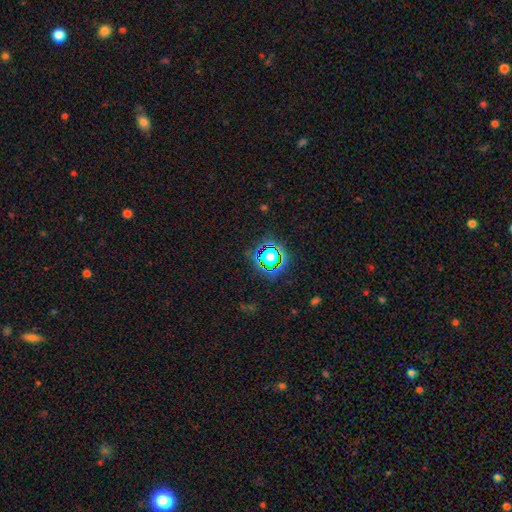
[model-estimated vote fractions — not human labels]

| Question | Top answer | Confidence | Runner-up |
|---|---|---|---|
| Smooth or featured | star or artifact | 78% | smooth (14%) |